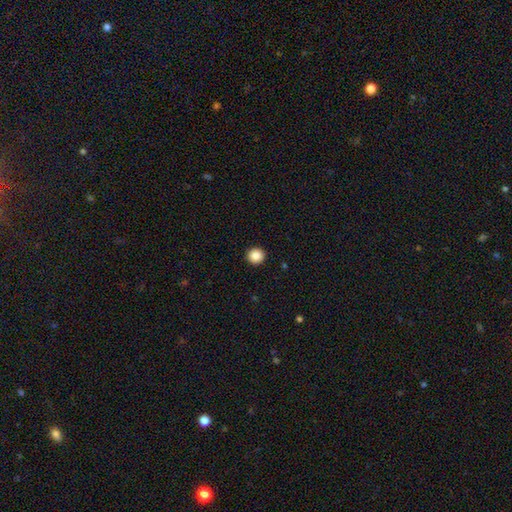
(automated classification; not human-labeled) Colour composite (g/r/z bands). It shows a smooth galaxy with no disk features (87%) that is round (94%). Merging: none (93%).